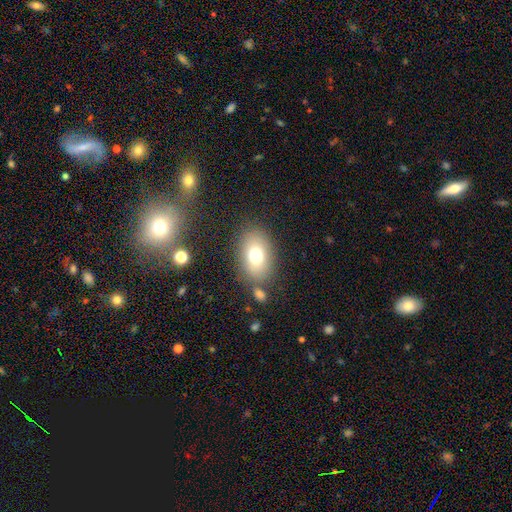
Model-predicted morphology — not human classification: Smooth or featured?
  - smooth: 74% *
  - featured or disk: 15%
  - star or artifact: 11%
How rounded?
  - in between: 81% *
  - round: 18%
  - cigar-shaped: 1%
Merging?
  - none: 77% *
  - minor disturbance: 12%
  - merger: 7%
  - major disturbance: 5%